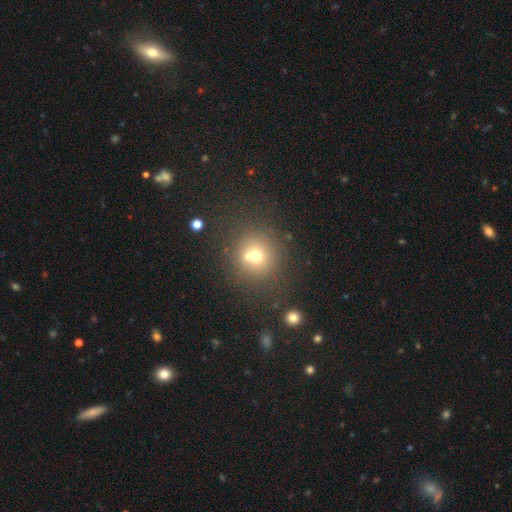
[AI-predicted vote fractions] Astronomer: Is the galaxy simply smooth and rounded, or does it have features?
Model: smooth — 64%.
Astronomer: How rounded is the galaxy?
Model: round — 88%.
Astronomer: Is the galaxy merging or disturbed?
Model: none — 57%.